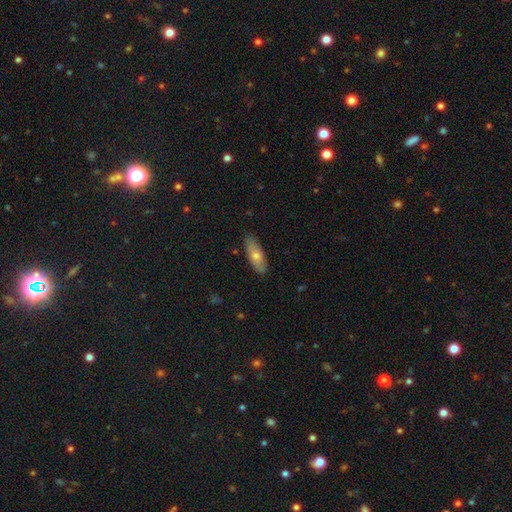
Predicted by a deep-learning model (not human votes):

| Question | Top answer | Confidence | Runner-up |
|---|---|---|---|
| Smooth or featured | smooth | 63% | featured or disk (31%) |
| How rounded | in between | 55% | cigar-shaped (42%) |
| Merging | none | 86% | minor disturbance (11%) |